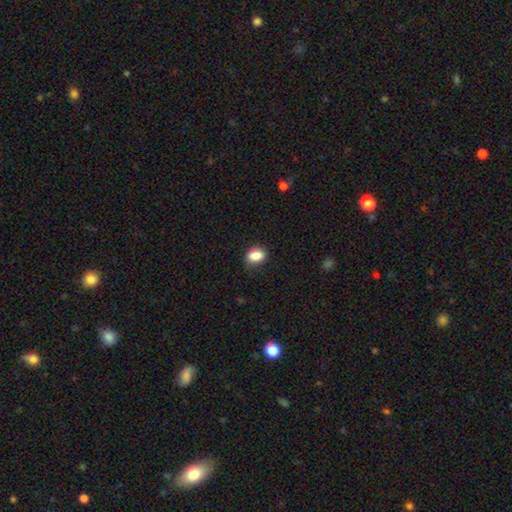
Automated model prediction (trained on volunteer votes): smooth-or-featured: smooth: 86% | star or artifact: 8% | featured or disk: 5%
  how-rounded: in between: 67% | round: 32% | cigar-shaped: 1%
  merging: none: 67% | minor disturbance: 25% | major disturbance: 7% | merger: 2%